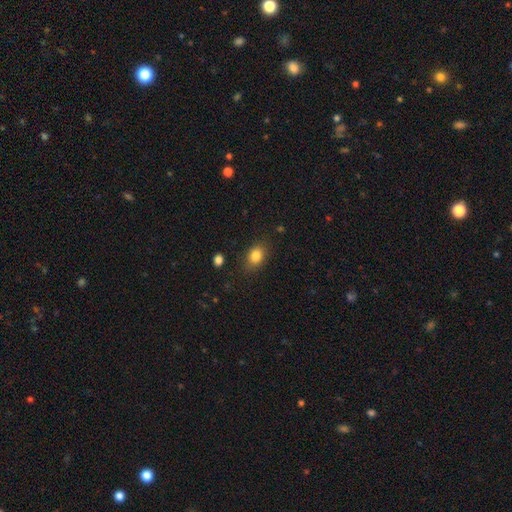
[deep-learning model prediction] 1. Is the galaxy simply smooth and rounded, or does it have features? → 83% smooth, 10% star or artifact, 7% featured or disk.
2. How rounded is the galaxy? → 69% in between, 29% round, 1% cigar-shaped.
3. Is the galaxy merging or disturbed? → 82% none, 13% minor disturbance, 4% major disturbance, 2% merger.